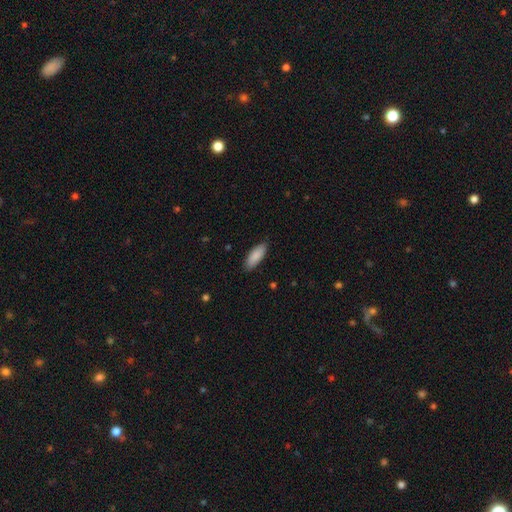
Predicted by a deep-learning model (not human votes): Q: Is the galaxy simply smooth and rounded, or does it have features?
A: smooth — 88%.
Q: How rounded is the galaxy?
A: in between — 74%.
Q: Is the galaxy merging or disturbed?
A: none — 87%.